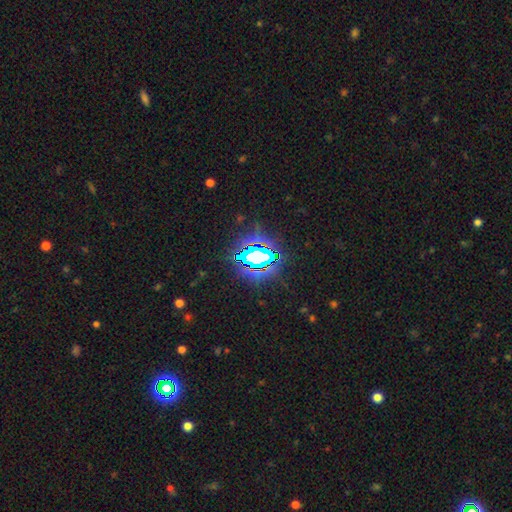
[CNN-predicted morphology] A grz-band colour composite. It shows a star or artifact, not a galaxy (84%).